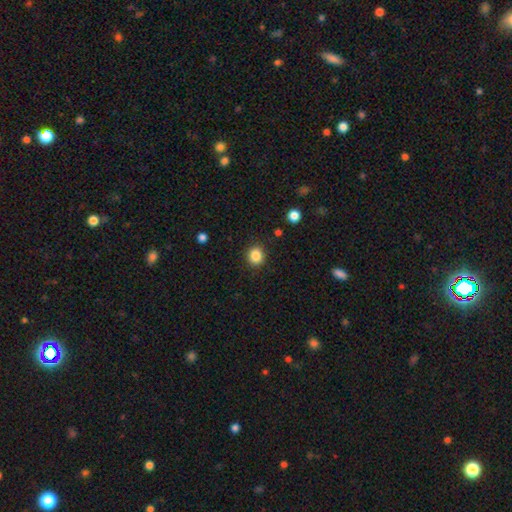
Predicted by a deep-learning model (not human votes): This appears to be a smooth galaxy with no disk features (86%) that is round (83%). Merging: none (89%).